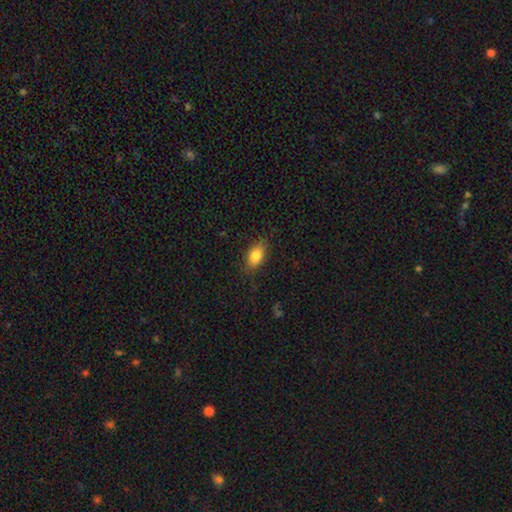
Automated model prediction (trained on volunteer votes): smooth_or_featured: smooth (p=0.82) [alt: featured or disk p=0.10]
how_rounded: in between (p=0.86) [alt: round p=0.07]
merging: none (p=0.81) [alt: minor disturbance p=0.14]